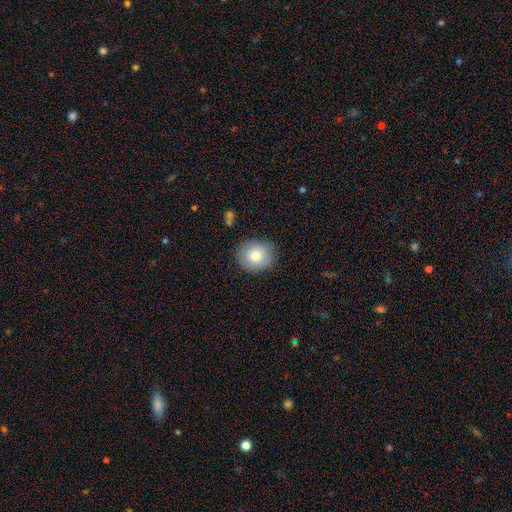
Smooth or featured?
  - smooth: 78% *
  - featured or disk: 16%
  - star or artifact: 5%
How rounded?
  - round: 66% *
  - in between: 34%
  - cigar-shaped: 0%
Merging?
  - none: 89% *
  - minor disturbance: 9%
  - major disturbance: 3%
  - merger: 0%